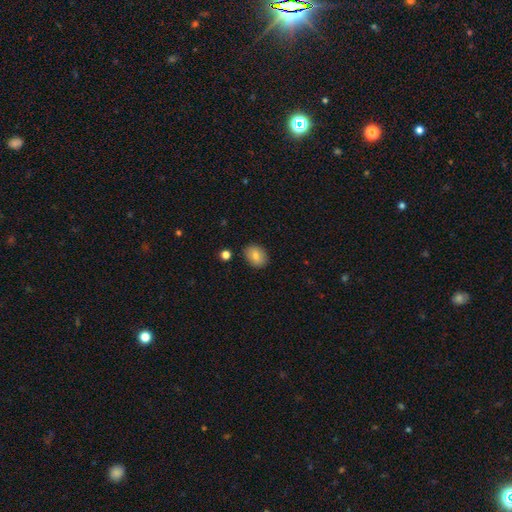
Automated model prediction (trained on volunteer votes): The model was most divided on "how rounded": in between: 67%, round: 32%, cigar-shaped: 1%. More confident: merging — none (86%); smooth or featured — smooth (81%).